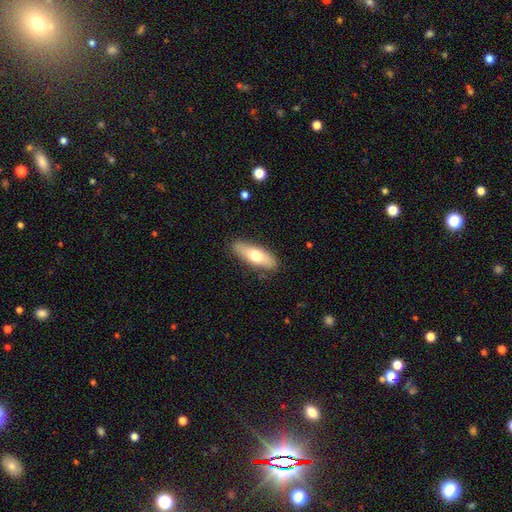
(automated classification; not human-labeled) smooth 63%, featured or disk 31%, star or artifact 6%. Down the decision tree: how rounded — in between (56%); merging — none (85%).